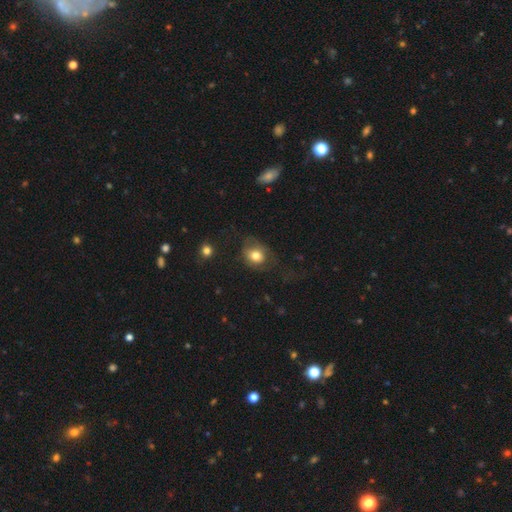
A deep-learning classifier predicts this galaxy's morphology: Q: Smooth or featured?
A: smooth (74%); runner-up: featured or disk (17%)
Q: How rounded?
A: round (54%); runner-up: in between (45%)
Q: Merging?
A: none (46%); runner-up: major disturbance (27%)